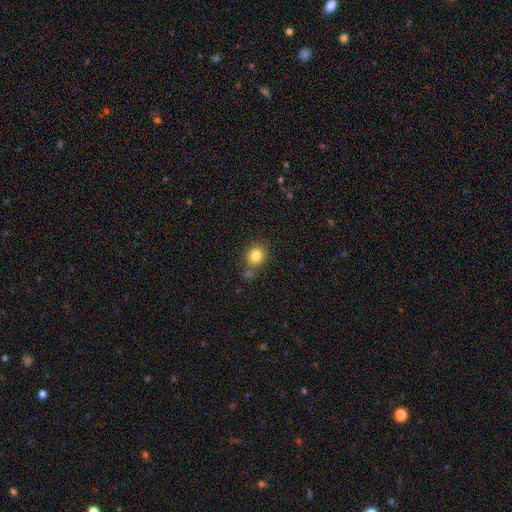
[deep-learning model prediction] Smooth or featured: smooth — 83% (star or artifact — 11%)
How rounded: round — 75% (in between — 25%)
Merging: none — 72% (minor disturbance — 13%)